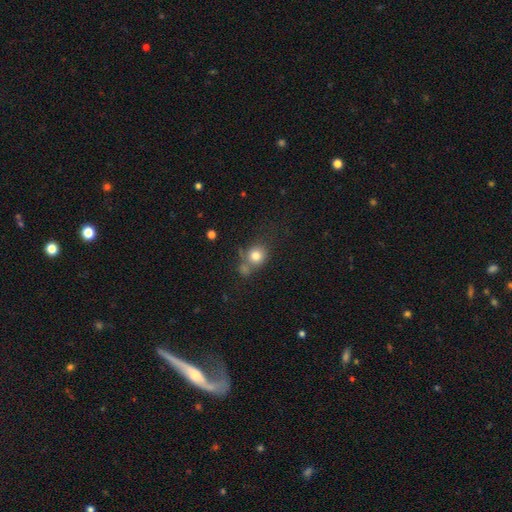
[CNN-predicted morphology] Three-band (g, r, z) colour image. It shows a smooth galaxy with no disk features (79%) that is round (79%). Merging: none (50%).